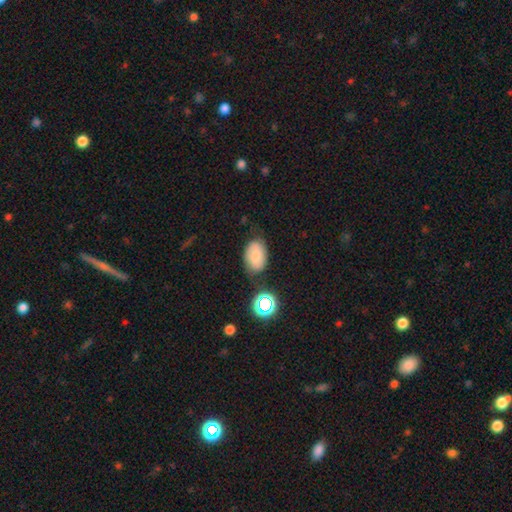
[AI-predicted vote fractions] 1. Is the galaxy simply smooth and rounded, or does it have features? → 66% smooth, 21% featured or disk, 13% star or artifact.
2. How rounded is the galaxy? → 86% in between, 13% round, 1% cigar-shaped.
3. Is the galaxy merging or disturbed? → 70% none, 20% minor disturbance, 5% major disturbance, 5% merger.